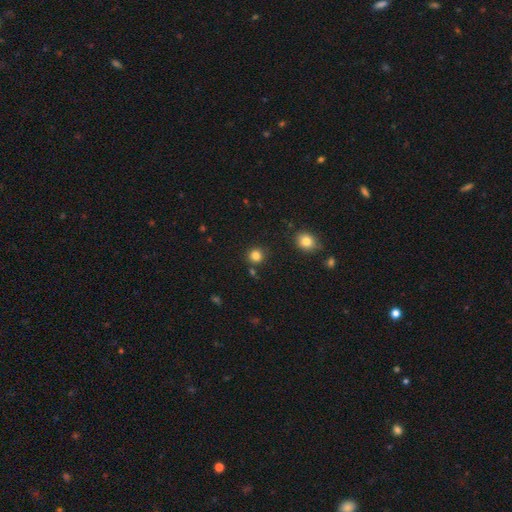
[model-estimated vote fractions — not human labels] Morphology: type=smooth (83%); roundness=round (91%); merging=none (86%).